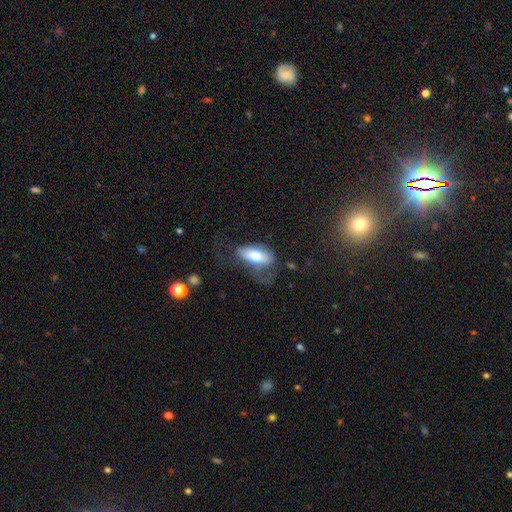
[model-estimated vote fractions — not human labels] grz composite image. It shows a smooth galaxy with no disk features (68%) that is in between round and cigar-shaped (82%). Merging: none (37%).